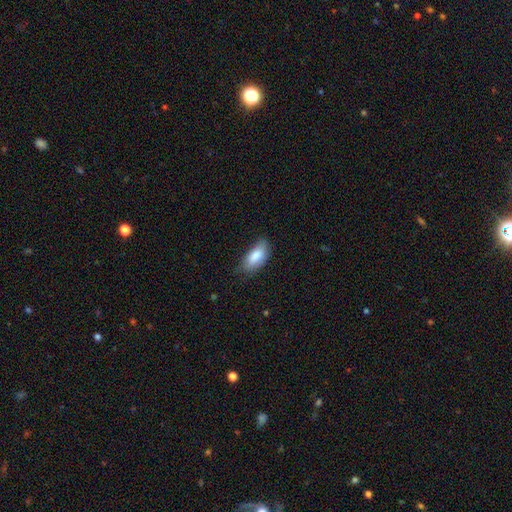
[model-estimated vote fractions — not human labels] This is clearly a smooth galaxy (83%). How rounded: clearly in between (86%). Merging: likely none (68%).